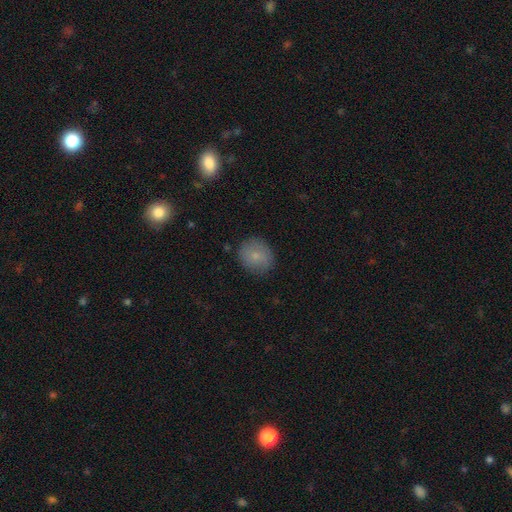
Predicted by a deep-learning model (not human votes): Smooth or featured: smooth — 79% (featured or disk — 12%)
How rounded: round — 80% (in between — 19%)
Merging: none — 83% (minor disturbance — 13%)